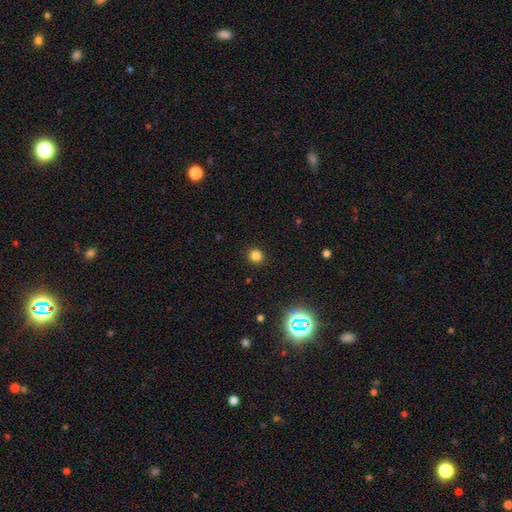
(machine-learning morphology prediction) smooth-or-featured: smooth: 82% | star or artifact: 14% | featured or disk: 4%
  how-rounded: round: 89% | in between: 10% | cigar-shaped: 1%
  merging: none: 91% | minor disturbance: 5% | major disturbance: 2% | merger: 1%